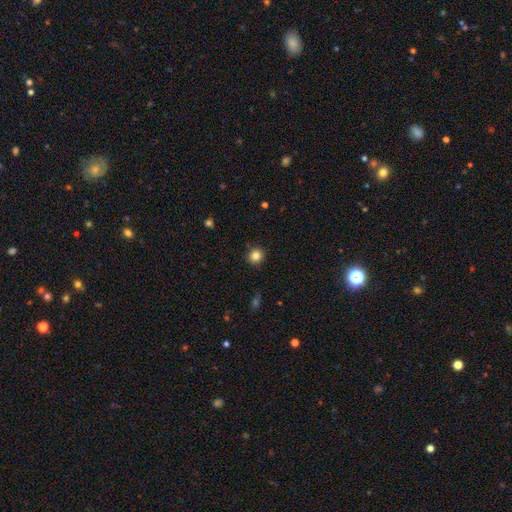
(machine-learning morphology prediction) Smooth or featured? Predicted: smooth (p=0.84). How rounded? Predicted: round (p=0.92). Merging? Predicted: none (p=0.90).